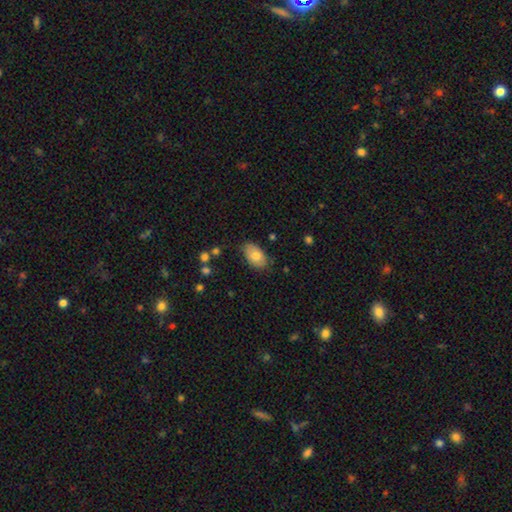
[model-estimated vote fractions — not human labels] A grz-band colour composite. It shows a smooth galaxy with no disk features (78%) that is in between round and cigar-shaped (92%). Merging: none (77%).